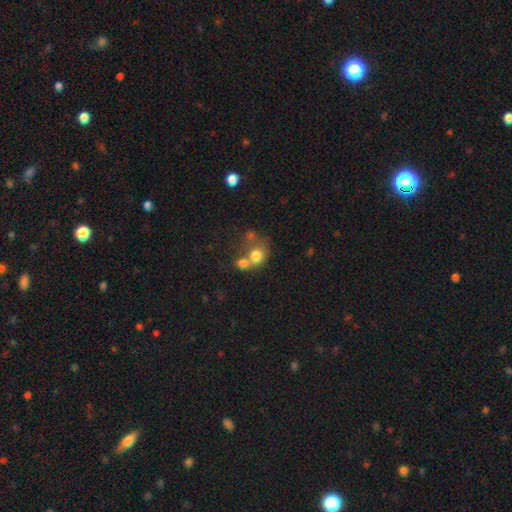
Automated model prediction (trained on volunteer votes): smooth_or_featured: smooth (p=0.74) [alt: featured or disk p=0.15]
how_rounded: round (p=0.68) [alt: in between p=0.31]
merging: merger (p=0.56) [alt: none p=0.28]